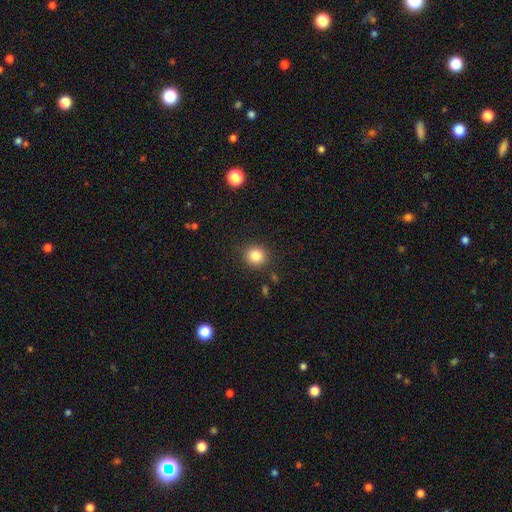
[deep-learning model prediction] Smooth or featured? smooth (84%)
How rounded? round (89%)
Merging? none (88%)